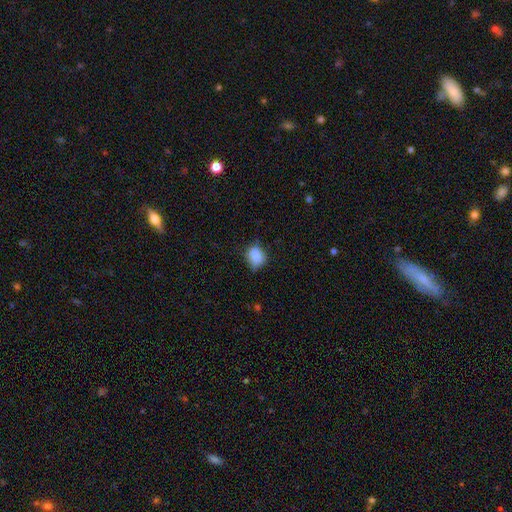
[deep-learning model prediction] Smooth or featured: smooth — 86% (star or artifact — 9%)
How rounded: in between — 54% (round — 44%)
Merging: none — 63% (minor disturbance — 30%)